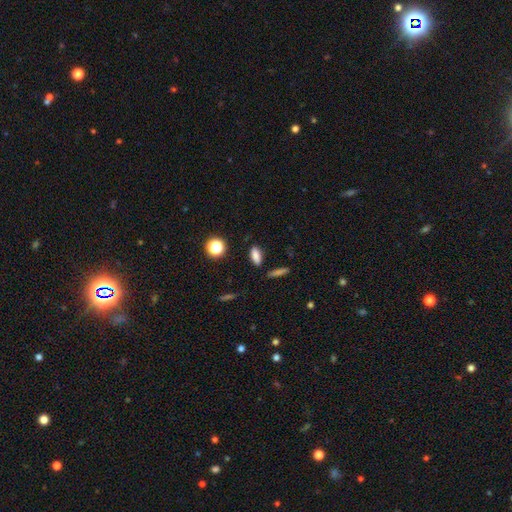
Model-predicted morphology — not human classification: smooth_or_featured: smooth (p=0.82) [alt: star or artifact p=0.11]
how_rounded: in between (p=0.67) [alt: cigar-shaped p=0.26]
merging: none (p=0.84) [alt: minor disturbance p=0.11]